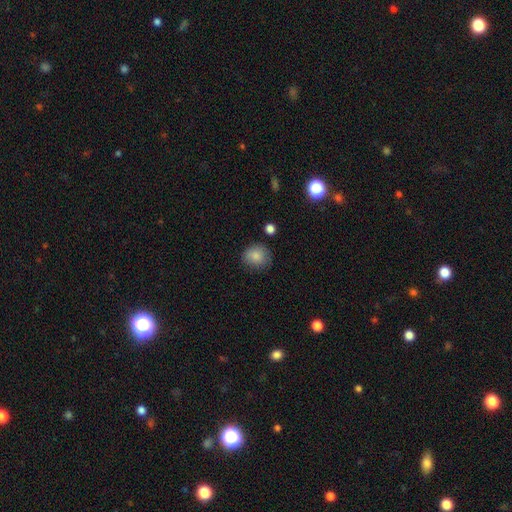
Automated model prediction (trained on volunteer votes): A smooth galaxy with no disk features (85%) that is round (76%).

Vote fractions:
- Smooth or featured? smooth: 85% / star or artifact: 9% / featured or disk: 6%
- How rounded? round: 76% / in between: 23% / cigar-shaped: 1%
- Merging? none: 77% / minor disturbance: 17% / major disturbance: 4% / merger: 3%